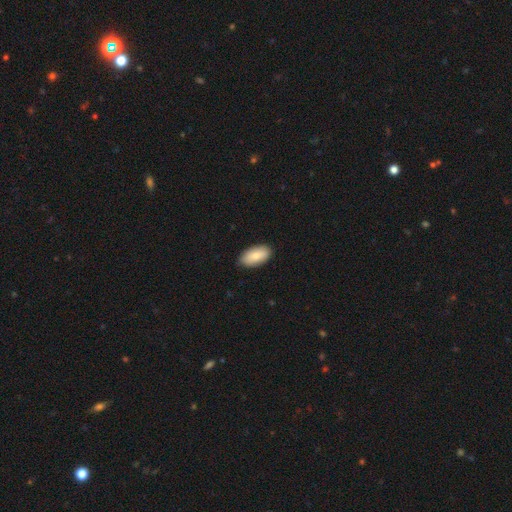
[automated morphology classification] This appears to be a smooth galaxy with no disk features (83%) that is in between round and cigar-shaped (94%). Merging: none (86%).